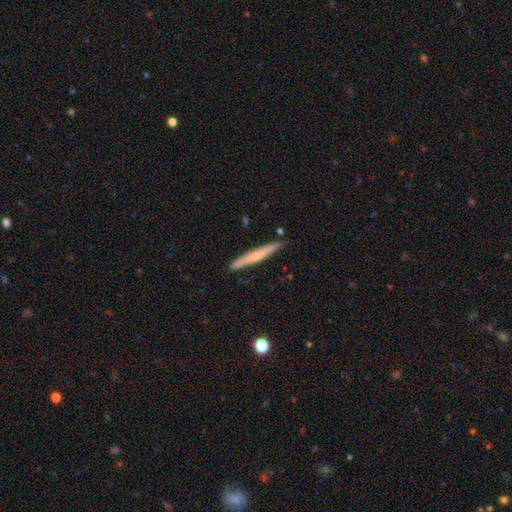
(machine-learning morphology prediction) smooth 52%, featured or disk 42%, star or artifact 6%. Down the decision tree: how rounded — cigar-shaped (96%); merging — none (88%).